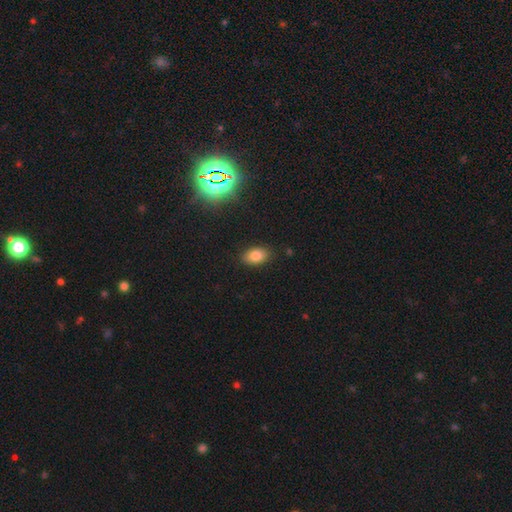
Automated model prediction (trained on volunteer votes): smooth_or_featured: smooth (p=0.80) [alt: star or artifact p=0.12]
how_rounded: in between (p=0.89) [alt: round p=0.09]
merging: none (p=0.87) [alt: minor disturbance p=0.10]